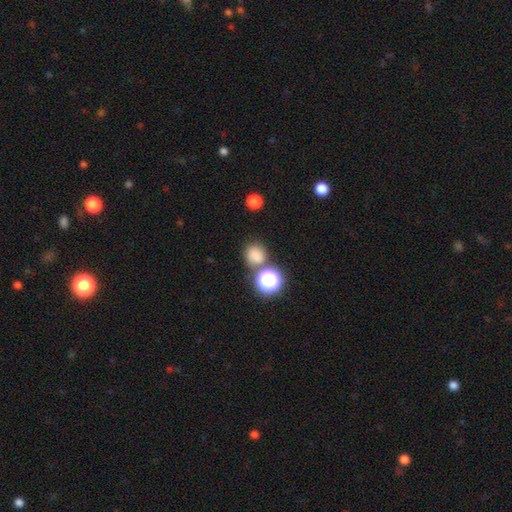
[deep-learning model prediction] A smooth galaxy with no disk features (77%) that is round (83%).

Vote fractions:
- Smooth or featured? smooth: 77% / star or artifact: 17% / featured or disk: 6%
- How rounded? round: 83% / in between: 16% / cigar-shaped: 1%
- Merging? none: 69% / merger: 16% / minor disturbance: 11% / major disturbance: 4%